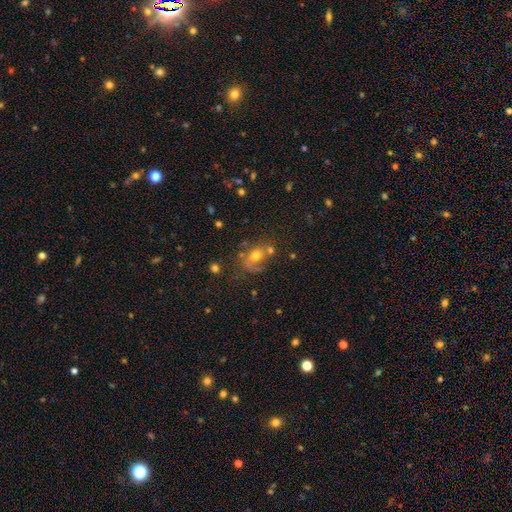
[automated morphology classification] This is possibly a smooth galaxy (45%). Merging: marginally none (43%).